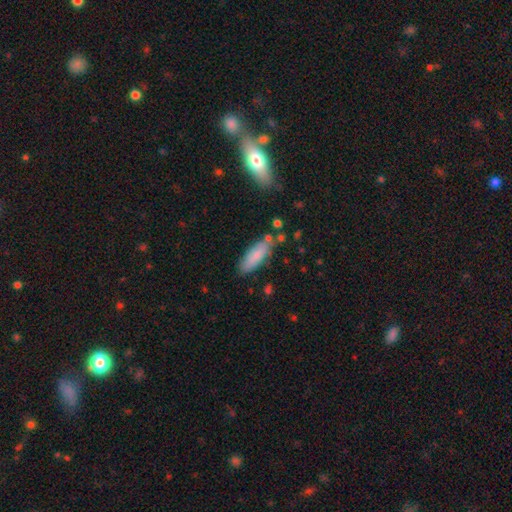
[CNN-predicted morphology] The model was most divided on "how rounded": in between: 63%, cigar-shaped: 35%, round: 2%. More confident: smooth or featured — smooth (80%); merging — none (74%).